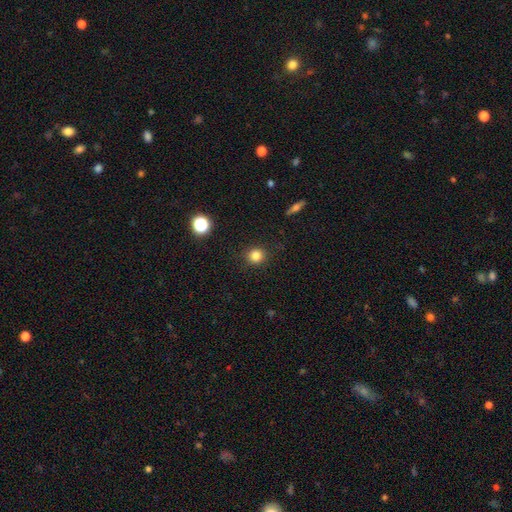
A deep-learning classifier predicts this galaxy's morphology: This appears to be a smooth galaxy with no disk features (82%) that is round (90%). Merging: none (89%).